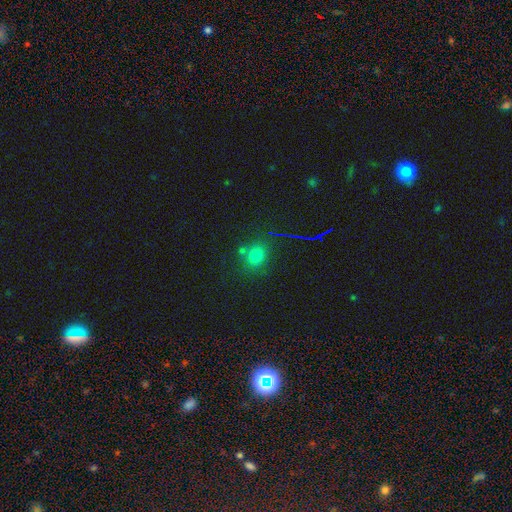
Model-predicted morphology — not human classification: smooth 70%, star or artifact 21%, featured or disk 9%. Down the decision tree: how rounded — round (62%); merging — none (69%).